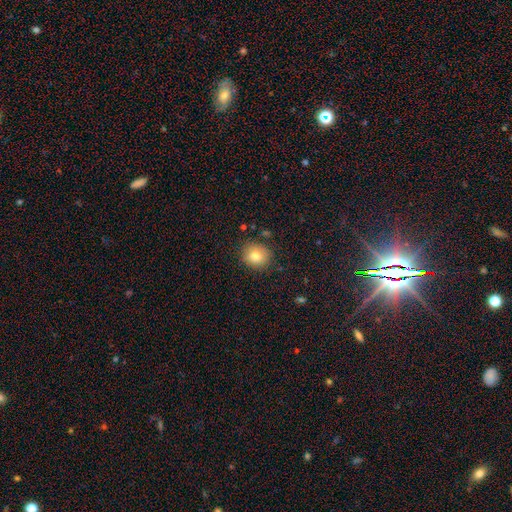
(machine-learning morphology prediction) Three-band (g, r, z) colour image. It shows a smooth galaxy with no disk features (79%) that is round (81%). Merging: none (86%).